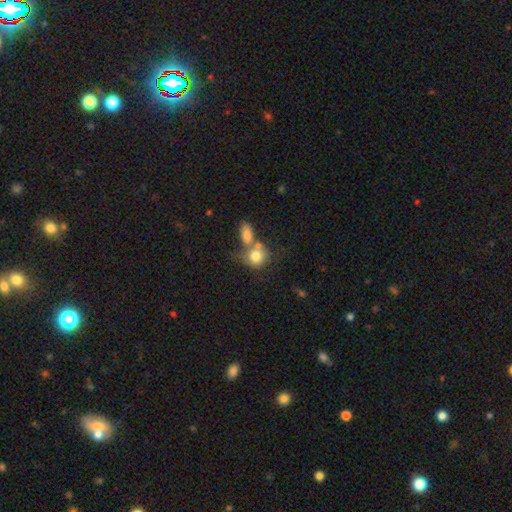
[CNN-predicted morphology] The model was most divided on "merging": merger: 51%, none: 32%, minor disturbance: 11%, major disturbance: 6%. More confident: smooth or featured — smooth (78%); how rounded — round (66%).